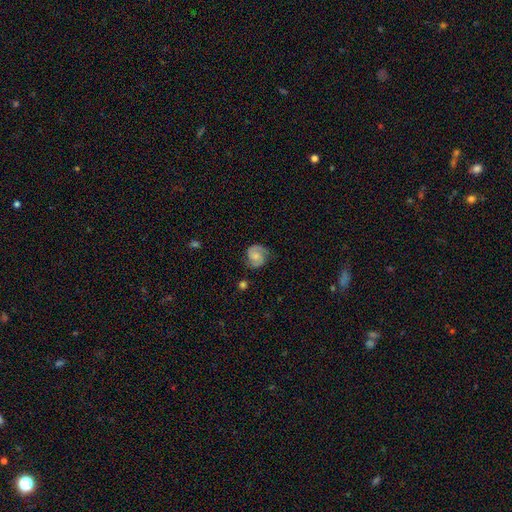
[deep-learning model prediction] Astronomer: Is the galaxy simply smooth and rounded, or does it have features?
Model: featured or disk — 75%.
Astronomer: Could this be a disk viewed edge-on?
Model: no — 98%.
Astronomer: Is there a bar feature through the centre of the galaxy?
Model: no — 61%.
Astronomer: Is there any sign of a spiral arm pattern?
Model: yes — 96%.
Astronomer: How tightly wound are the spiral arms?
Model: medium — 45% (runner-up: tight, 42%).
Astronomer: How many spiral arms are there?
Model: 2 — 82%.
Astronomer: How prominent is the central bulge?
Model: moderate — 42%, tied with small at 42%.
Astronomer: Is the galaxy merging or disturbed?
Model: none — 72%.